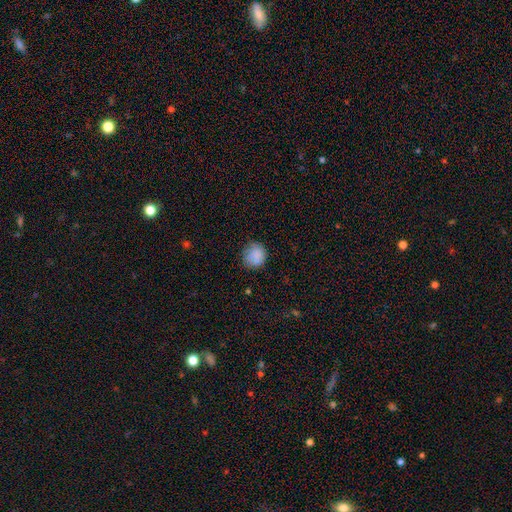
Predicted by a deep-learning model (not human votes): A smooth galaxy with no disk features (85%) that is round (83%).

Vote fractions:
- Smooth or featured? smooth: 85% / star or artifact: 9% / featured or disk: 6%
- How rounded? round: 83% / in between: 16% / cigar-shaped: 1%
- Merging? none: 78% / minor disturbance: 17% / major disturbance: 4% / merger: 1%